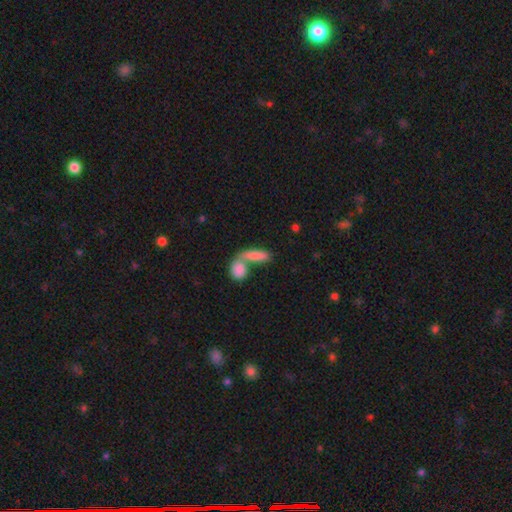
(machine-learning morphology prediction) The model was most divided on "how rounded": in between: 55%, cigar-shaped: 38%, round: 7%. More confident: smooth or featured — smooth (82%); merging — merger (58%).